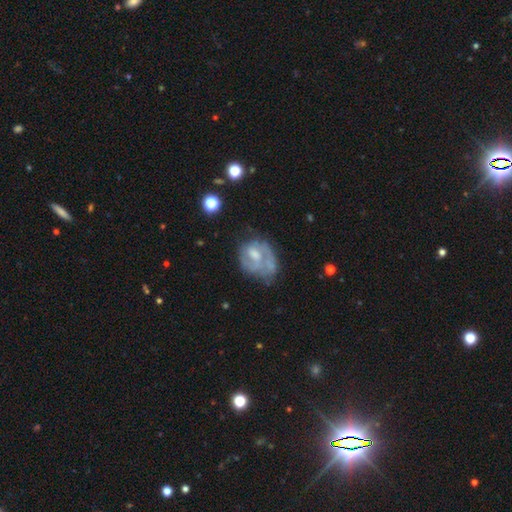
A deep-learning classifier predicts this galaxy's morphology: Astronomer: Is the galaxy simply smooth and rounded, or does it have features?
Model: featured or disk — 60%.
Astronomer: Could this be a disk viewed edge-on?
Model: no — 97%.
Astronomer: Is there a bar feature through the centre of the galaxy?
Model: no — 59%.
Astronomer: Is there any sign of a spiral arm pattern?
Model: no — 52% (runner-up: yes, 48%).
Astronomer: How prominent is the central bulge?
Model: moderate — 40% (runner-up: none, 26%).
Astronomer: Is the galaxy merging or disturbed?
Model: none — 39% (runner-up: major disturbance, 28%).